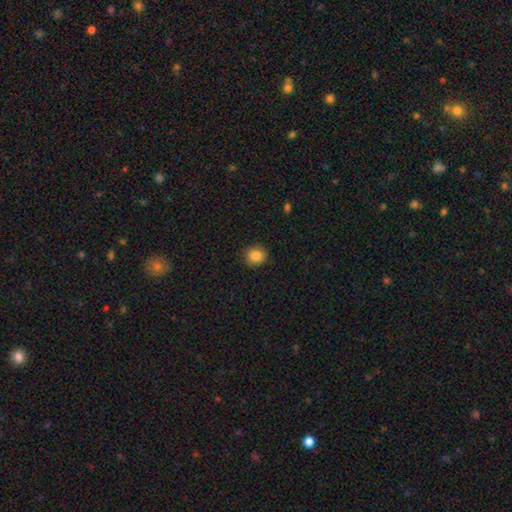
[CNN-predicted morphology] Smooth or featured? smooth (87%)
How rounded? round (86%)
Merging? none (89%)